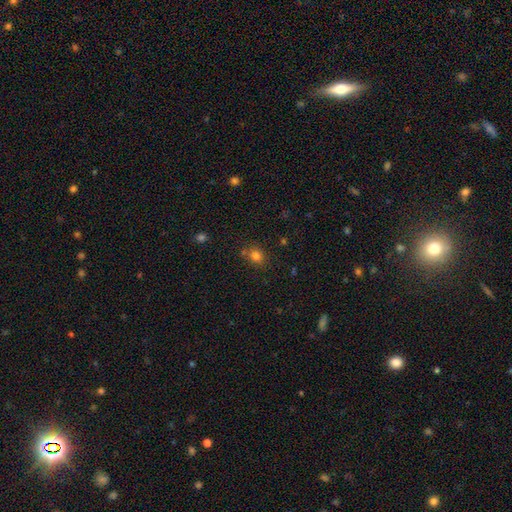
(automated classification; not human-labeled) The model was most divided on "how rounded": round: 63%, in between: 36%, cigar-shaped: 1%. More confident: smooth or featured — smooth (79%); merging — none (70%).